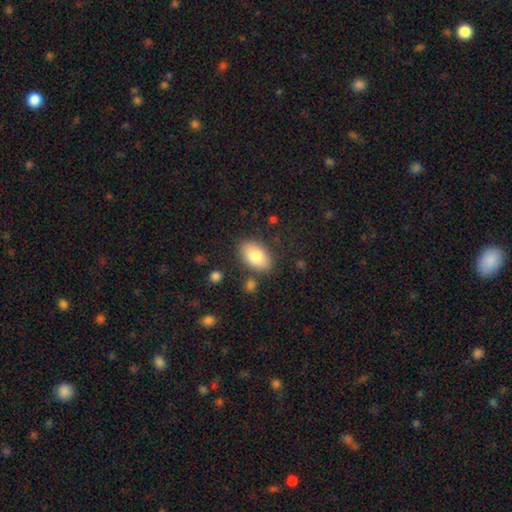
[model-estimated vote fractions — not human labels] Smooth or featured? smooth (79%)
How rounded? in between (90%)
Merging? none (81%)